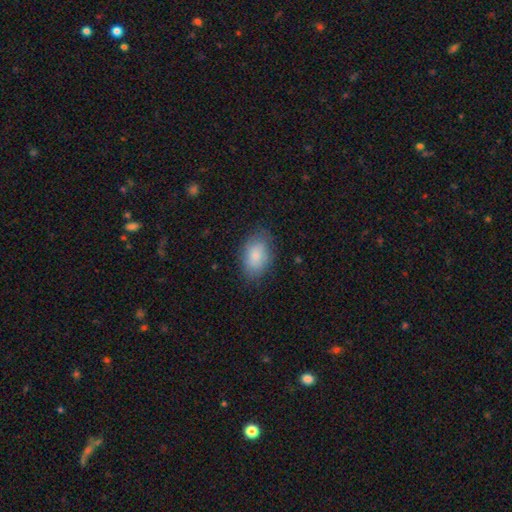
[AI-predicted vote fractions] smooth_or_featured: smooth (p=0.85) [alt: featured or disk p=0.09]
how_rounded: in between (p=0.90) [alt: round p=0.09]
merging: none (p=0.79) [alt: minor disturbance p=0.16]